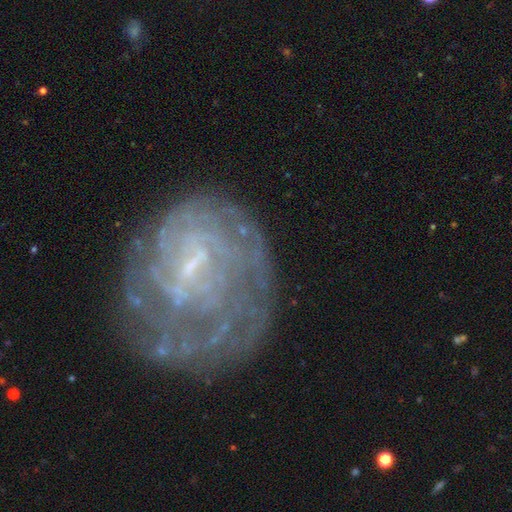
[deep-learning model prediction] A featured or disk galaxy (78%) with a weak bar (55%), tight (61%) spiral arms (76%) and a small central bulge (57%). Merging: none (56%).